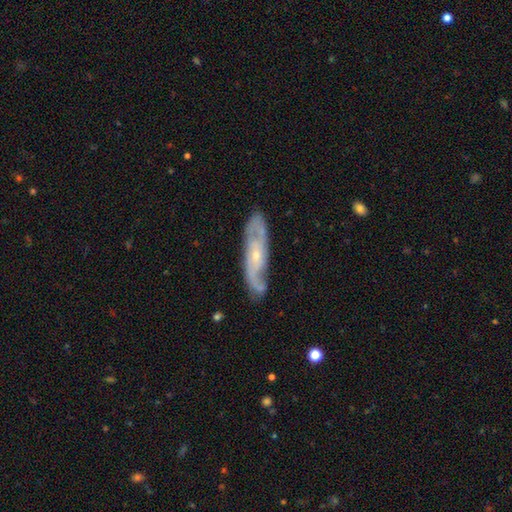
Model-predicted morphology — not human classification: This is likely a featured or disk galaxy (78%). It is likely not viewed edge-on (76%). Bar: likely no (66%). Spiral arm pattern: clearly yes (90%). Spiral arm count: likely 2 (68%). Spiral winding: marginally medium (44%). Central bulge: likely small (72%). Merging: likely none (76%).